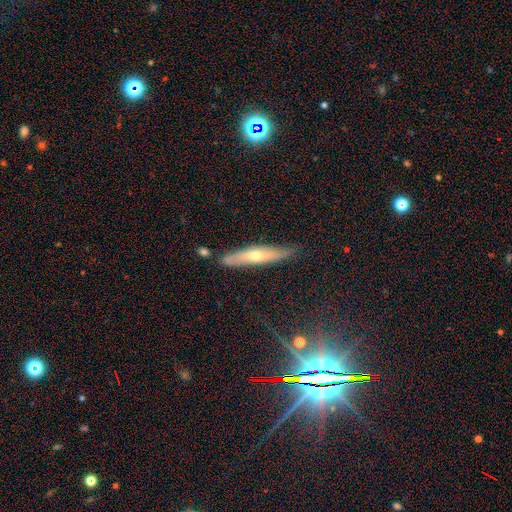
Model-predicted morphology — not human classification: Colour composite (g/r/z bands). It shows a featured or disk galaxy (50%) viewed edge-on (80%). Merging: none (77%).